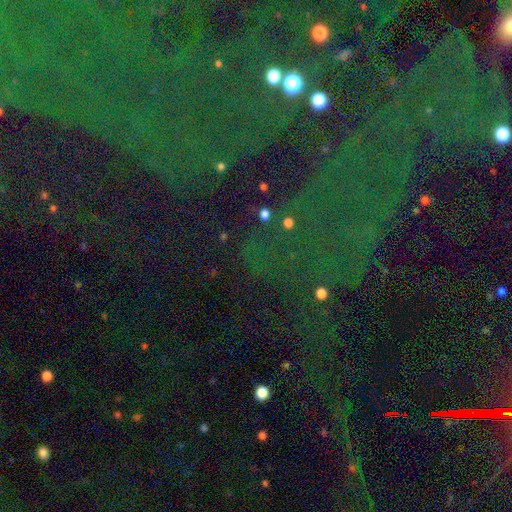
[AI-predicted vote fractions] Overall: star or artifact (74%).